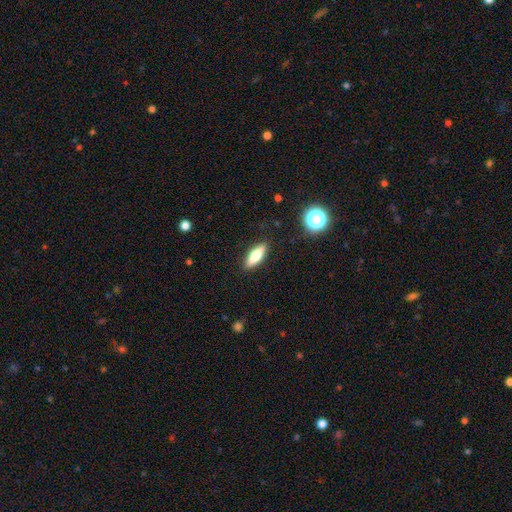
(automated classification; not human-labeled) smooth 66%, featured or disk 27%, star or artifact 7%. Down the decision tree: how rounded — in between (53%); merging — none (88%).